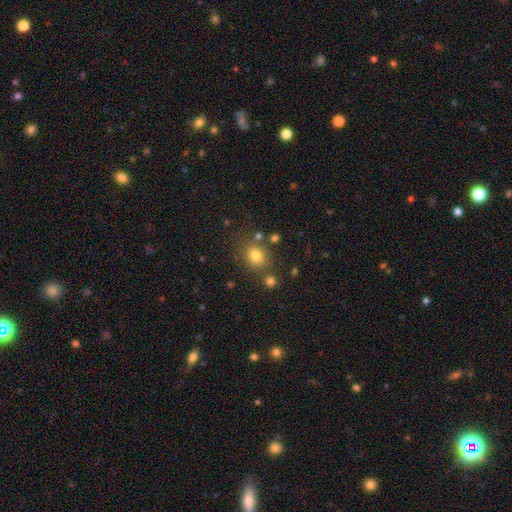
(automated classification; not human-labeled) A smooth galaxy with no disk features (77%) that is round (80%). Merging: none (75%).